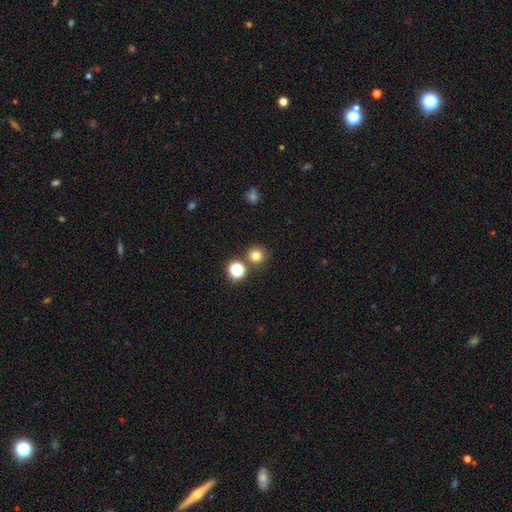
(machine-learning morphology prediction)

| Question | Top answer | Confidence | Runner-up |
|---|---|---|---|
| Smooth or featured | smooth | 77% | star or artifact (17%) |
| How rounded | round | 94% | in between (5%) |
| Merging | none | 83% | merger (9%) |